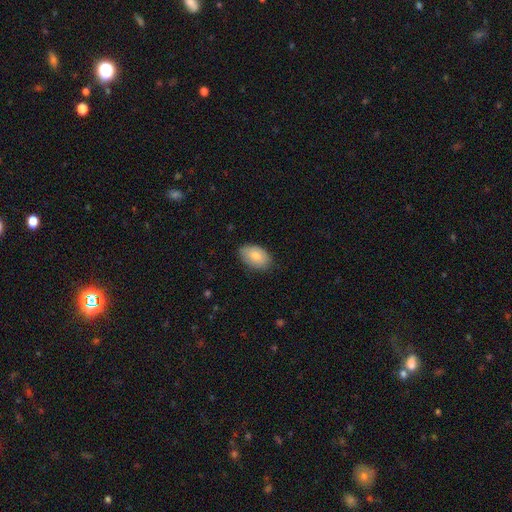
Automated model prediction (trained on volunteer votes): Q: Smooth or featured?
A: smooth (82%); runner-up: featured or disk (12%)
Q: How rounded?
A: in between (91%); runner-up: round (8%)
Q: Merging?
A: none (81%); runner-up: minor disturbance (15%)